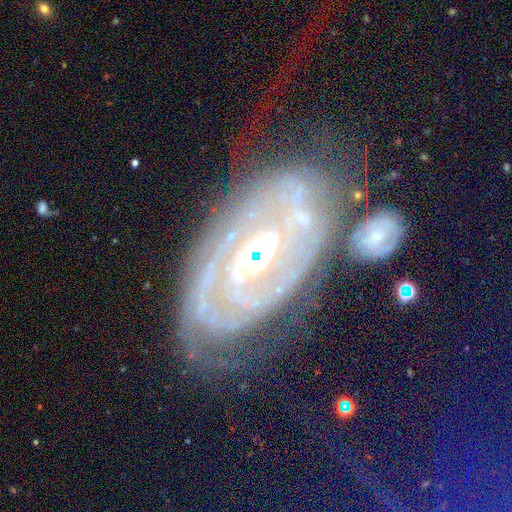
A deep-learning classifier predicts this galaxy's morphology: type=featured or disk (76%); edge-on=no (93%); bar=no (41%); spiral arms=yes (89%); winding=tight (74%); arm count=2 (45%); bulge=moderate (56%); merging=none (65%).